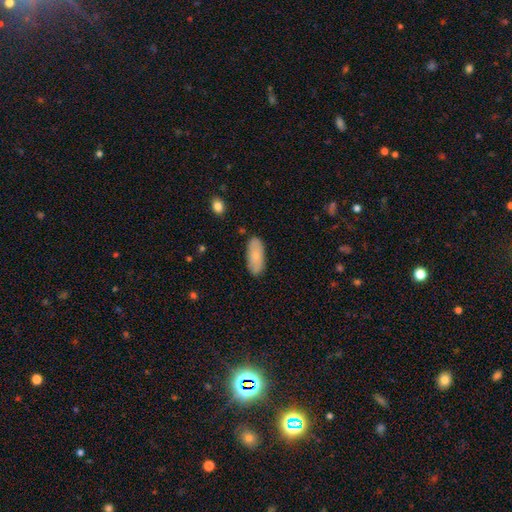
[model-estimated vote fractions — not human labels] smooth-or-featured: smooth: 78% | featured or disk: 15% | star or artifact: 6%
  how-rounded: in between: 85% | cigar-shaped: 13% | round: 2%
  merging: none: 85% | minor disturbance: 12% | major disturbance: 2% | merger: 1%